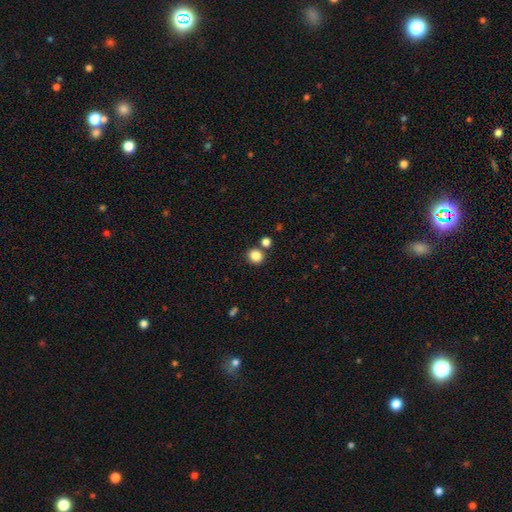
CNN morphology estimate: type=smooth (85%); roundness=round (82%); merging=none (77%).